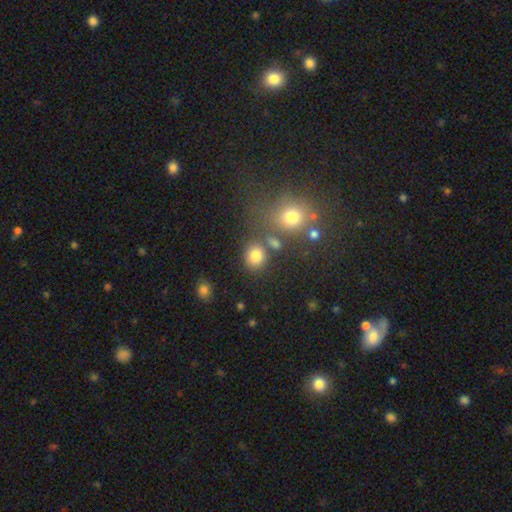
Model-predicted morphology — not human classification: Smooth or featured?
  - smooth: 79% *
  - star or artifact: 14%
  - featured or disk: 7%
How rounded?
  - round: 71% *
  - in between: 27%
  - cigar-shaped: 1%
Merging?
  - none: 73% *
  - merger: 12%
  - minor disturbance: 11%
  - major disturbance: 5%